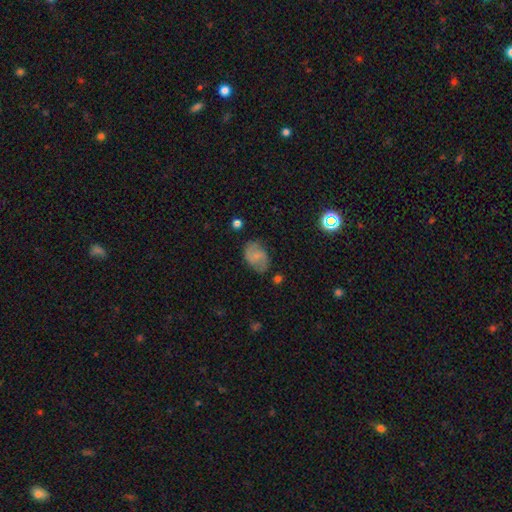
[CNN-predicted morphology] smooth-or-featured: smooth: 53% | featured or disk: 38% | star or artifact: 9%
  how-rounded: in between: 80% | round: 18% | cigar-shaped: 1%
  merging: none: 68% | minor disturbance: 22% | major disturbance: 7% | merger: 2%